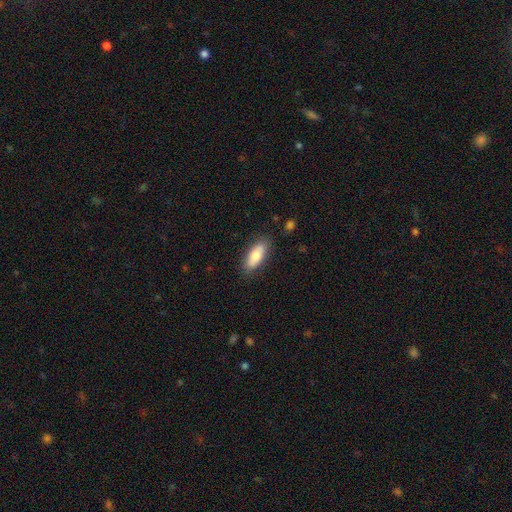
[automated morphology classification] A smooth galaxy with no disk features (74%) that is in between round and cigar-shaped (77%).

Vote fractions:
- Smooth or featured? smooth: 74% / featured or disk: 20% / star or artifact: 6%
- How rounded? in between: 77% / cigar-shaped: 20% / round: 2%
- Merging? none: 84% / minor disturbance: 12% / major disturbance: 3% / merger: 1%